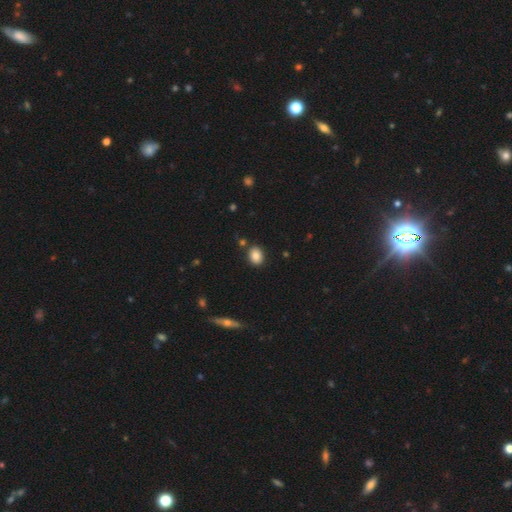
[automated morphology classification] type=smooth (83%); roundness=in between (55%); merging=none (85%).